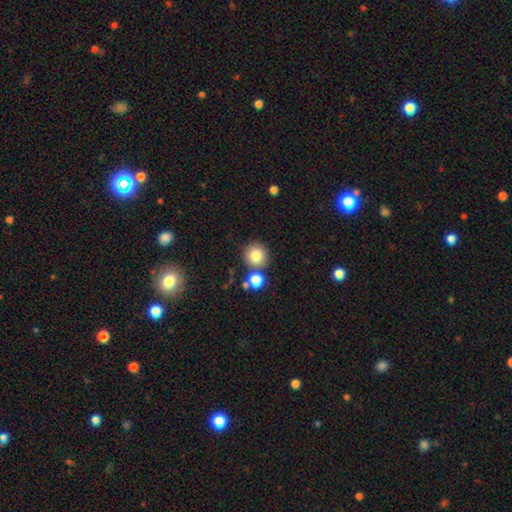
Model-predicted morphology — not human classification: The model was most divided on "merging": none: 74%, merger: 15%, minor disturbance: 8%, major disturbance: 3%. More confident: how rounded — round (93%); smooth or featured — smooth (81%).